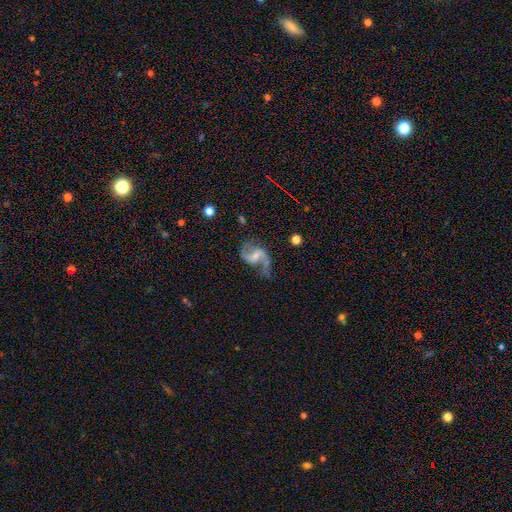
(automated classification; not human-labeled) smooth-or-featured: featured or disk: 87% | smooth: 7% | star or artifact: 6%
  disk-edge-on: no: 98% | yes: 2%
    bar: weak: 52% | strong: 27% | no: 21%
    has-spiral-arms: yes: 96% | no: 4%
      spiral-winding: loose: 62% | medium: 32% | tight: 6%
      spiral-arm-count: 2: 91% | 1: 4% | can't tell: 2% | 3: 1% | 4: 1% | more than 4: 1%
    bulge-size: small: 47% | moderate: 28% | none: 20% | large: 3% | dominant: 1%
  merging: none: 62% | minor disturbance: 20% | major disturbance: 15% | merger: 4%